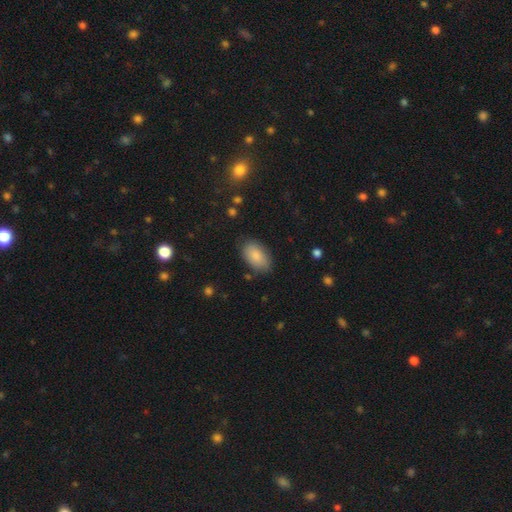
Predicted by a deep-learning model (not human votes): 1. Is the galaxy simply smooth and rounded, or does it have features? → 86% smooth, 7% featured or disk, 7% star or artifact.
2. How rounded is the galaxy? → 93% in between, 5% round, 2% cigar-shaped.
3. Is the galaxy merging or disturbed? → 81% none, 14% minor disturbance, 4% major disturbance, 2% merger.